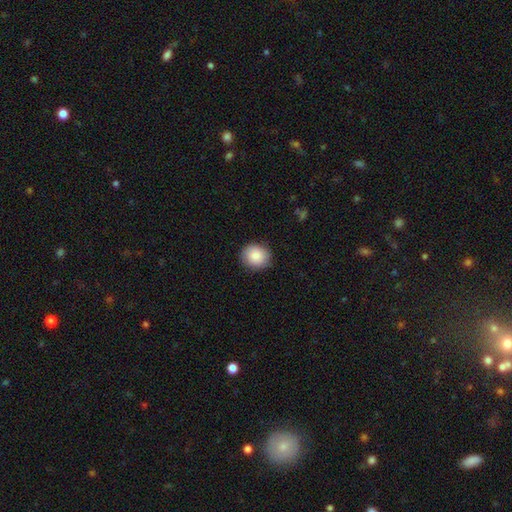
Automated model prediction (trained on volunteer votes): Smooth or featured? Predicted: smooth (p=0.86). How rounded? Predicted: round (p=0.83). Merging? Predicted: none (p=0.87).